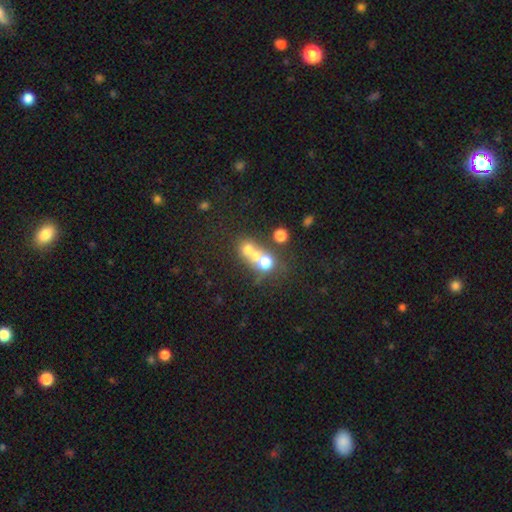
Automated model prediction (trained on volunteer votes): A smooth galaxy with no disk features (60%) that is round (78%).

Vote fractions:
- Smooth or featured? smooth: 60% / featured or disk: 23% / star or artifact: 17%
- How rounded? round: 78% / in between: 21% / cigar-shaped: 1%
- Merging? merger: 59% / none: 30% / minor disturbance: 6% / major disturbance: 5%